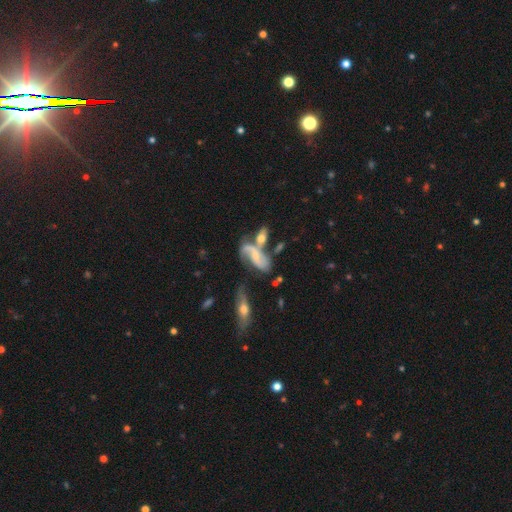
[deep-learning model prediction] A featured or disk galaxy (76%) with no bar (50%), 2 (83%) loose (55%) spiral arms (90%) and a small central bulge (58%). Merging: merger (41%).